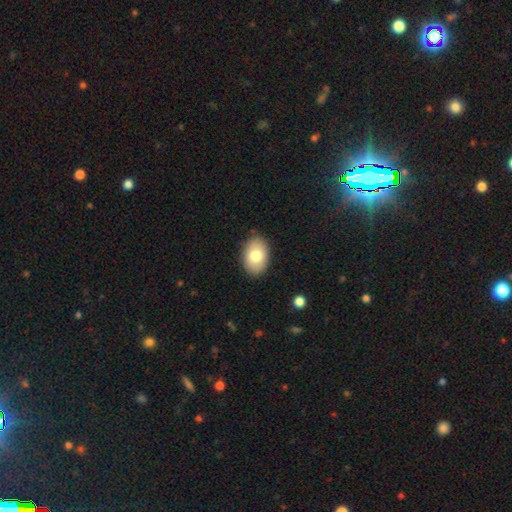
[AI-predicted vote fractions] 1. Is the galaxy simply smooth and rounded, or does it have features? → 81% smooth, 13% featured or disk, 6% star or artifact.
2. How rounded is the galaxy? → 88% in between, 11% round, 1% cigar-shaped.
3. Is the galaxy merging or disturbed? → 87% none, 10% minor disturbance, 2% major disturbance, 1% merger.